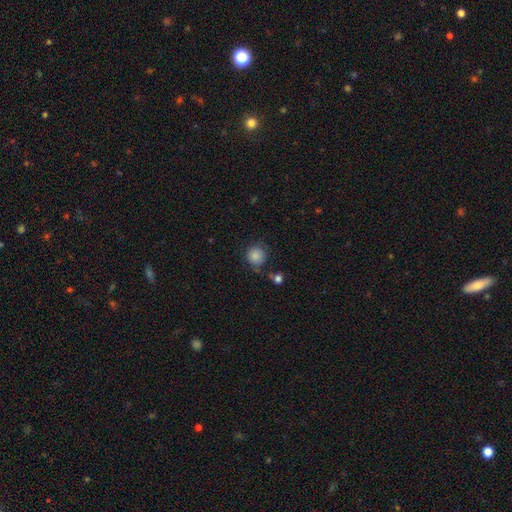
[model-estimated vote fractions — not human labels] smooth-or-featured: smooth: 86% | star or artifact: 9% | featured or disk: 5%
  how-rounded: round: 91% | in between: 8% | cigar-shaped: 1%
  merging: none: 74% | minor disturbance: 16% | major disturbance: 5% | merger: 5%